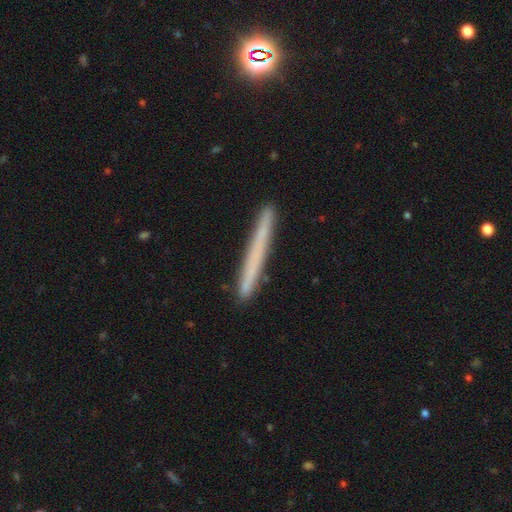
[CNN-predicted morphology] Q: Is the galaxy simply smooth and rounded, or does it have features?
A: smooth — 59%.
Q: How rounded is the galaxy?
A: cigar-shaped — 97%.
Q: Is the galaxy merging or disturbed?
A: none — 86%.